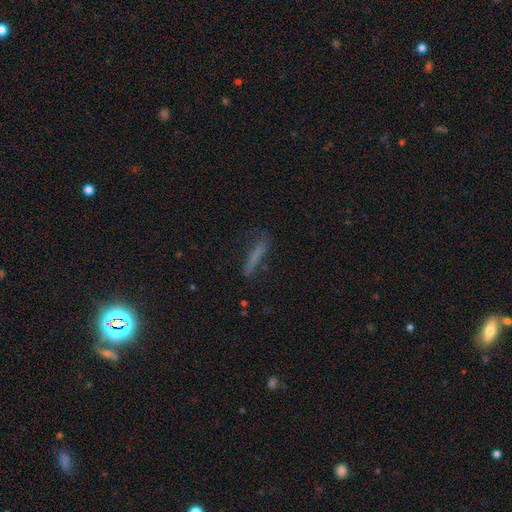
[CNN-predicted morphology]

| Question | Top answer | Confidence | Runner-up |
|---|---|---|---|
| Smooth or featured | smooth | 63% | featured or disk (25%) |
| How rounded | cigar-shaped | 92% | in between (6%) |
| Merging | none | 67% | minor disturbance (21%) |